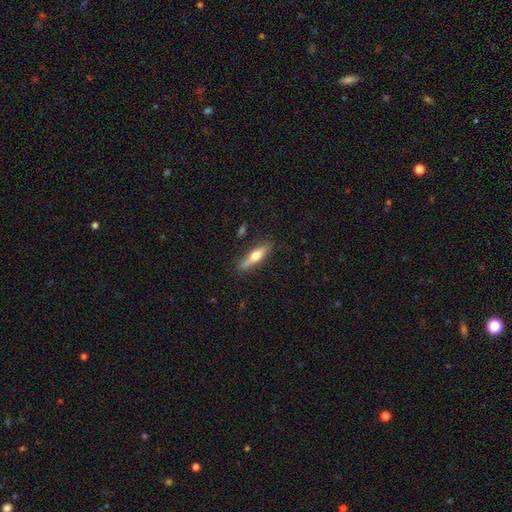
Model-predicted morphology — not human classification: Smooth or featured? Predicted: smooth (p=0.49). Merging? Predicted: none (p=0.83).